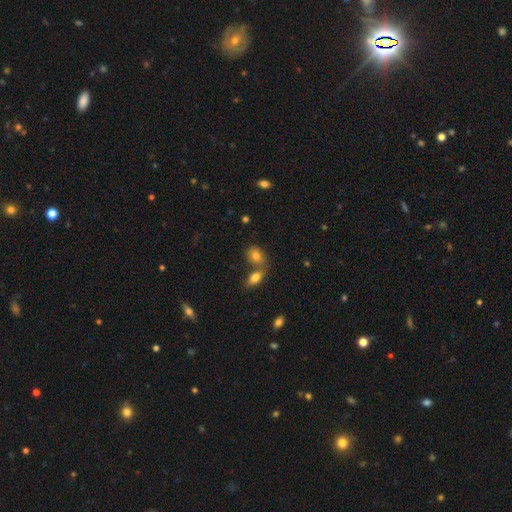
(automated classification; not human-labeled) Smooth or featured: smooth — 80% (featured or disk — 11%)
How rounded: in between — 74% (round — 24%)
Merging: none — 46% (merger — 41%)